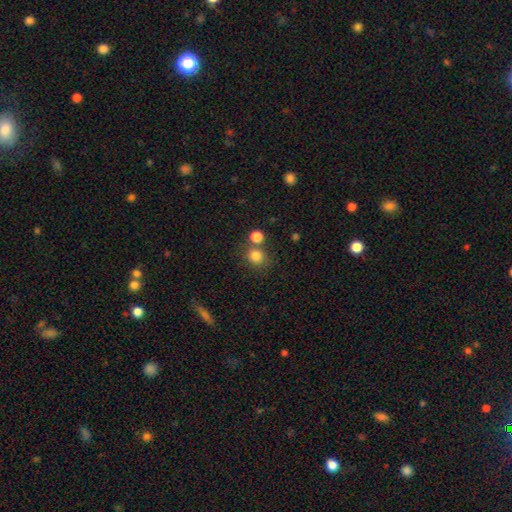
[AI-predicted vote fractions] Smooth or featured?
  - smooth: 81% *
  - star or artifact: 13%
  - featured or disk: 6%
How rounded?
  - round: 86% *
  - in between: 13%
  - cigar-shaped: 1%
Merging?
  - none: 69% *
  - merger: 18%
  - minor disturbance: 9%
  - major disturbance: 4%